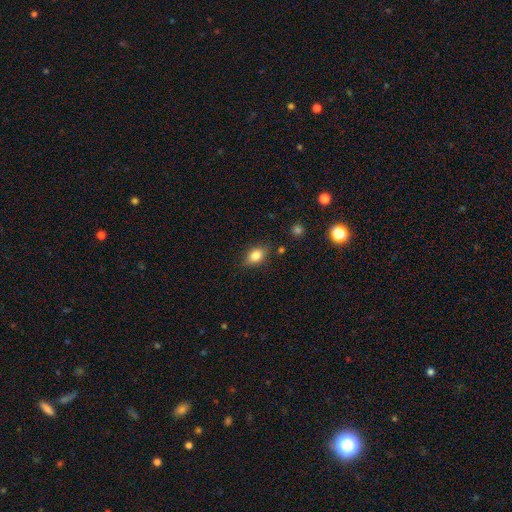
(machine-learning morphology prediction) Overall: smooth (82%). How rounded: in between (77%). Merging: none (81%).